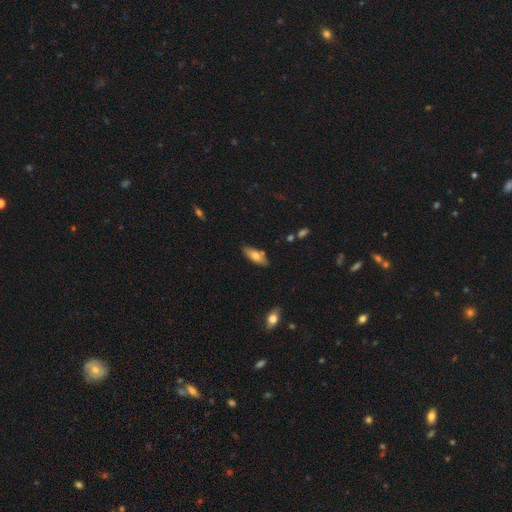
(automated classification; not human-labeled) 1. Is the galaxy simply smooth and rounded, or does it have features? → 69% smooth, 25% featured or disk, 7% star or artifact.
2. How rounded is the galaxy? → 73% in between, 25% cigar-shaped, 2% round.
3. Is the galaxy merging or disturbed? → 80% none, 13% minor disturbance, 5% merger, 2% major disturbance.